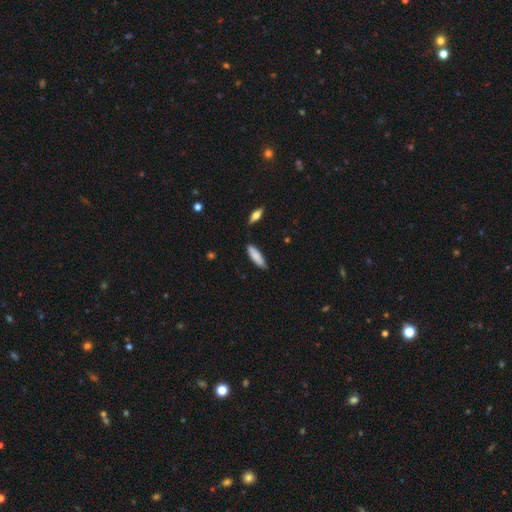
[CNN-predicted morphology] Smooth or featured?
  - smooth: 84% *
  - featured or disk: 10%
  - star or artifact: 6%
How rounded?
  - cigar-shaped: 63% *
  - in between: 36%
  - round: 1%
Merging?
  - none: 83% *
  - minor disturbance: 13%
  - merger: 2%
  - major disturbance: 2%